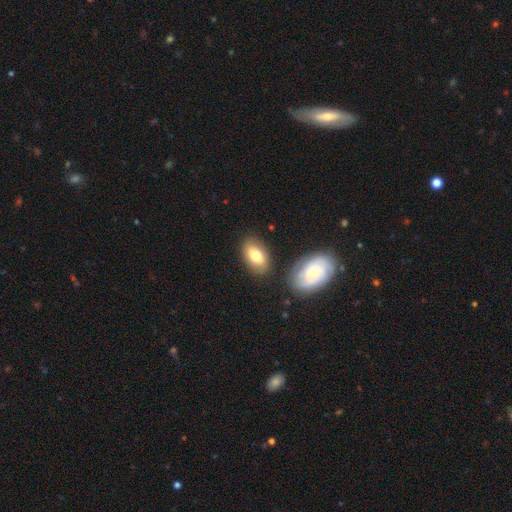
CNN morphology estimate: This appears to be a smooth galaxy with no disk features (72%) that is in between round and cigar-shaped (90%). Merging: none (78%).